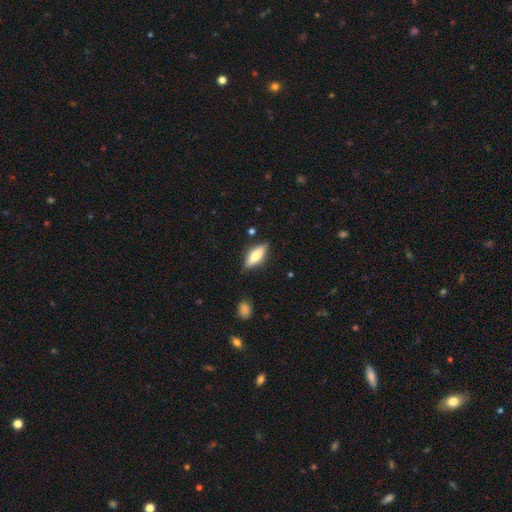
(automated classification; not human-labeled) A smooth galaxy with no disk features (61%) that is in between round and cigar-shaped (59%).

Vote fractions:
- Smooth or featured? smooth: 61% / featured or disk: 33% / star or artifact: 7%
- How rounded? in between: 59% / cigar-shaped: 39% / round: 2%
- Merging? none: 83% / minor disturbance: 13% / major disturbance: 3% / merger: 2%